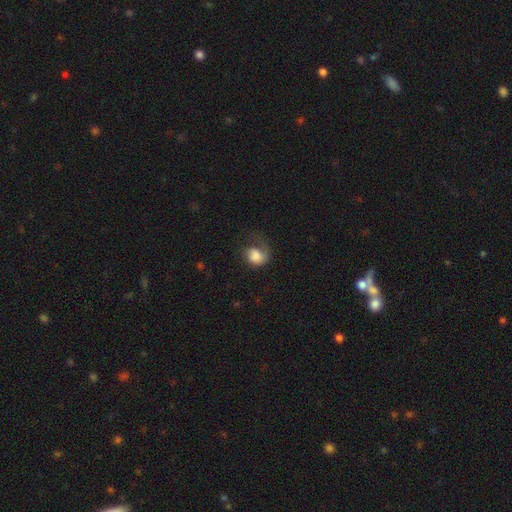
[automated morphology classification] Overall: smooth (68%). How rounded: in between (51%; round 47%). Merging: major disturbance (41%; none 32%).